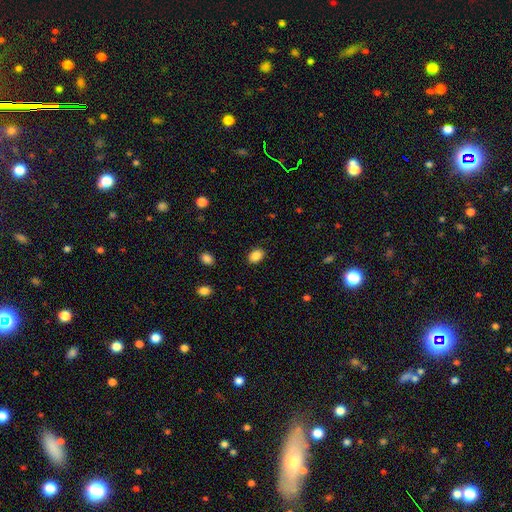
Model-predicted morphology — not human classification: Smooth or featured: smooth — 87% (star or artifact — 9%)
How rounded: in between — 79% (round — 20%)
Merging: none — 87% (minor disturbance — 9%)